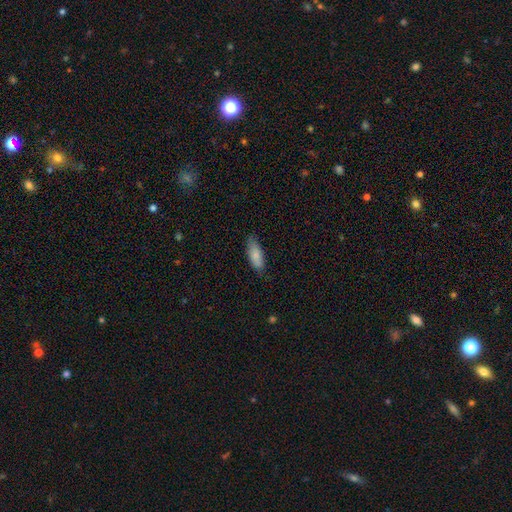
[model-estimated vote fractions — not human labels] This appears to be a smooth galaxy with no disk features (83%) that is in between round and cigar-shaped (73%). Merging: none (77%).